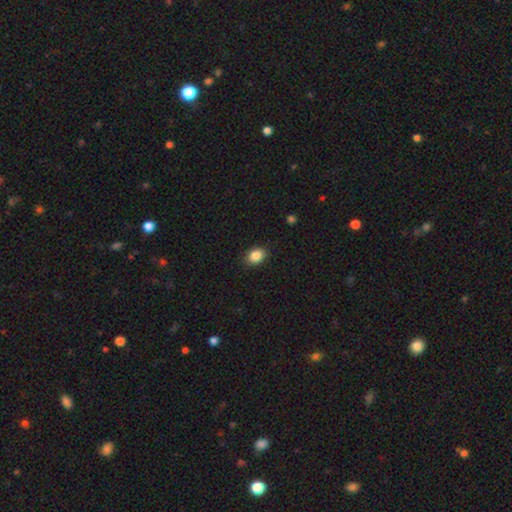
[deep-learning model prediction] smooth 87%, star or artifact 9%, featured or disk 4%. Down the decision tree: how rounded — in between (73%); merging — none (87%).